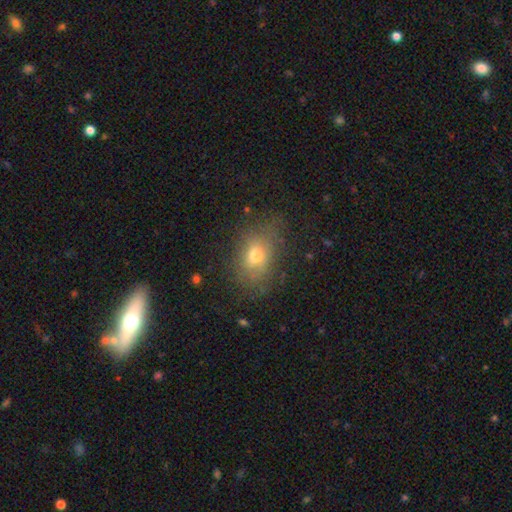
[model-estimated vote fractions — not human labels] The model was most divided on "smooth or featured": smooth: 65%, featured or disk: 22%, star or artifact: 12%. More confident: how rounded — in between (78%); merging — none (67%).